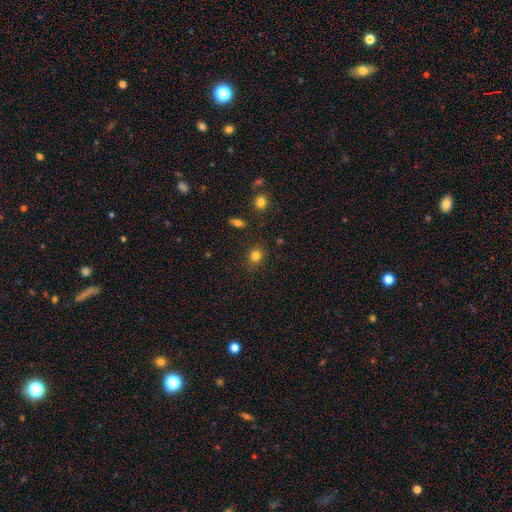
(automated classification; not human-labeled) Smooth or featured? smooth (82%)
How rounded? round (70%)
Merging? none (86%)